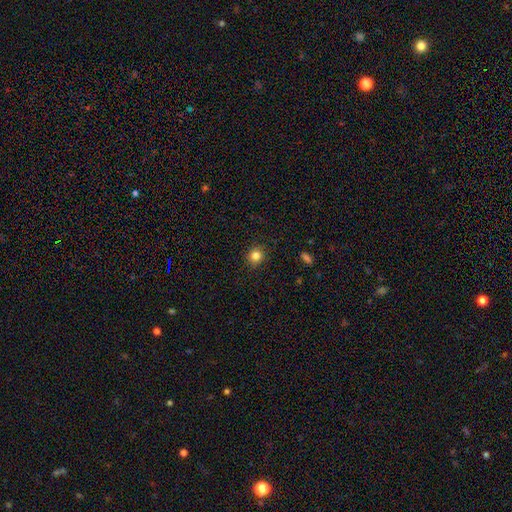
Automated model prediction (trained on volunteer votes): smooth 82%, star or artifact 13%, featured or disk 6%. Down the decision tree: how rounded — round (90%); merging — none (90%).